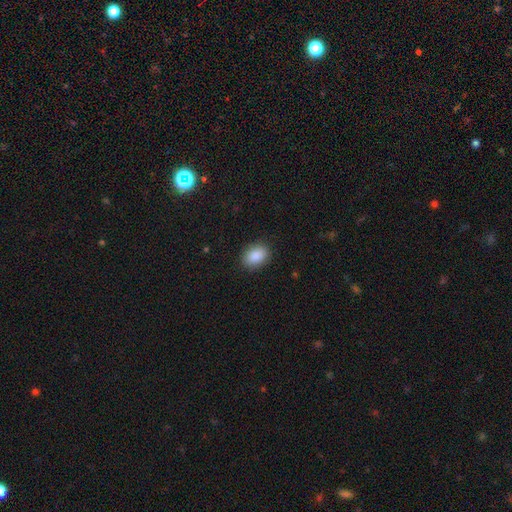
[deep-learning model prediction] smooth-or-featured: smooth: 89% | star or artifact: 7% | featured or disk: 4%
  how-rounded: in between: 77% | round: 21% | cigar-shaped: 1%
  merging: none: 88% | minor disturbance: 9% | major disturbance: 2% | merger: 1%